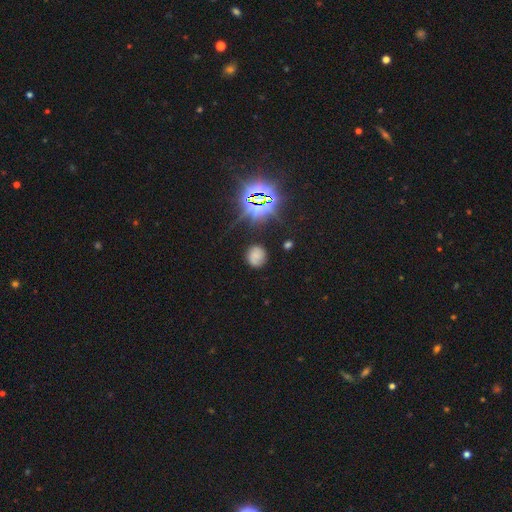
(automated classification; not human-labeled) Smooth or featured?
  - smooth: 62% *
  - star or artifact: 24%
  - featured or disk: 14%
How rounded?
  - round: 75% *
  - in between: 24%
  - cigar-shaped: 1%
Merging?
  - none: 75% *
  - minor disturbance: 17%
  - major disturbance: 5%
  - merger: 3%